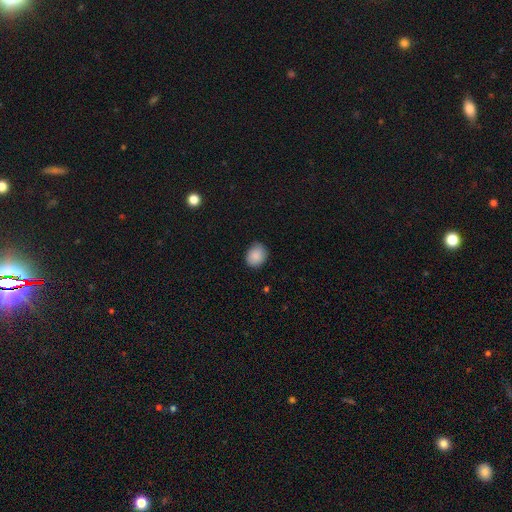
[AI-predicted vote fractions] smooth-or-featured: smooth: 88% | star or artifact: 8% | featured or disk: 4%
  how-rounded: round: 60% | in between: 39% | cigar-shaped: 1%
  merging: none: 80% | minor disturbance: 16% | major disturbance: 3% | merger: 1%